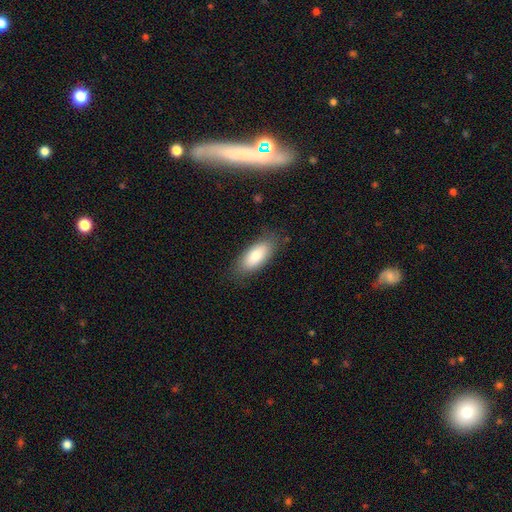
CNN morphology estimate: smooth-or-featured: smooth: 82% | featured or disk: 12% | star or artifact: 6%
  how-rounded: in between: 86% | cigar-shaped: 12% | round: 2%
  merging: none: 79% | minor disturbance: 15% | major disturbance: 4% | merger: 1%